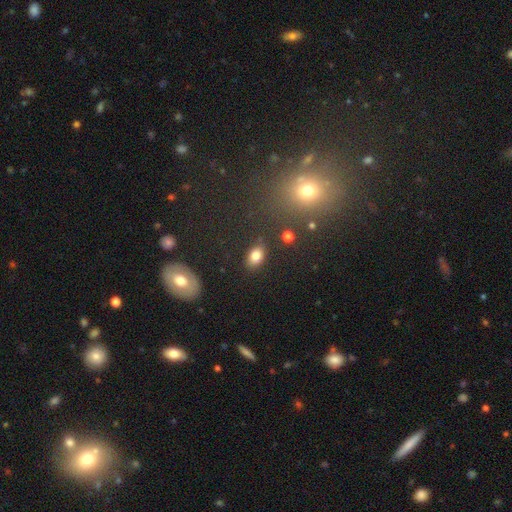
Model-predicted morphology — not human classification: smooth_or_featured: smooth (p=0.81) [alt: star or artifact p=0.10]
how_rounded: in between (p=0.83) [alt: round p=0.16]
merging: none (p=0.83) [alt: minor disturbance p=0.12]